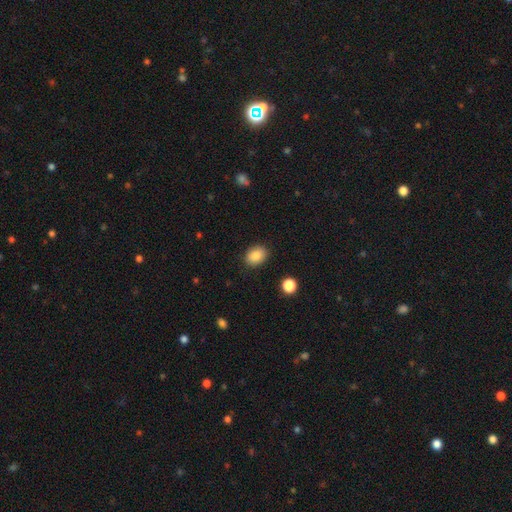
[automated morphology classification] This appears to be a smooth galaxy with no disk features (87%) that is in between round and cigar-shaped (68%). Merging: none (88%).